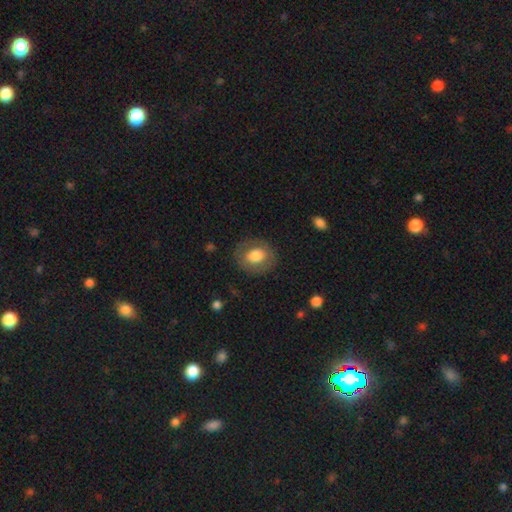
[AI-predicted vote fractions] smooth-or-featured: smooth: 72% | featured or disk: 21% | star or artifact: 8%
  how-rounded: round: 63% | in between: 36% | cigar-shaped: 1%
  merging: none: 83% | minor disturbance: 11% | major disturbance: 5% | merger: 1%